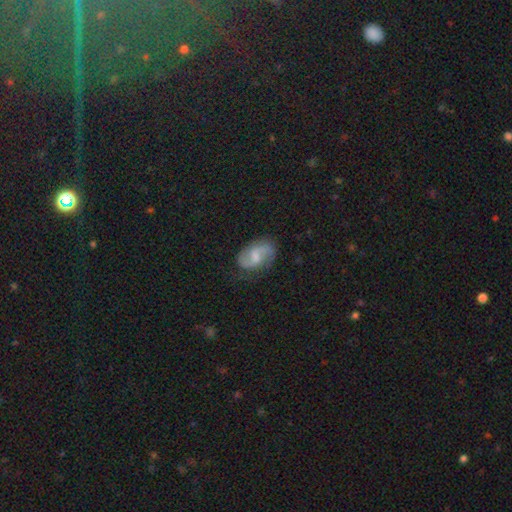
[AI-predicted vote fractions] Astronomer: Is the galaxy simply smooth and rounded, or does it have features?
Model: featured or disk — 77%.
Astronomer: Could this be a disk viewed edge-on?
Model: no — 98%.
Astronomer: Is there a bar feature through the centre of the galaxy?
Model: weak — 56% (runner-up: no, 32%).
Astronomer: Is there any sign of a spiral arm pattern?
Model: yes — 95%.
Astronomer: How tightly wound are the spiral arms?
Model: medium — 47% (runner-up: loose, 40%).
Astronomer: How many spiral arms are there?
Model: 2 — 90%.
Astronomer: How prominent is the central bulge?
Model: moderate — 38% (runner-up: small, 36%).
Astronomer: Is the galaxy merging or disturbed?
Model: none — 76%.